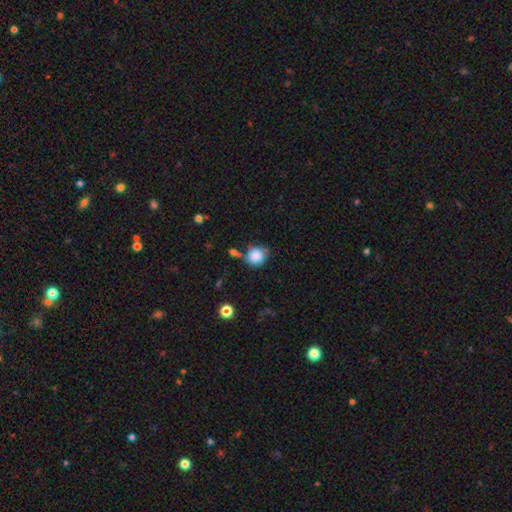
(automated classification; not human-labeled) This appears to be a smooth galaxy with no disk features (86%) that is round (88%). Merging: none (64%).